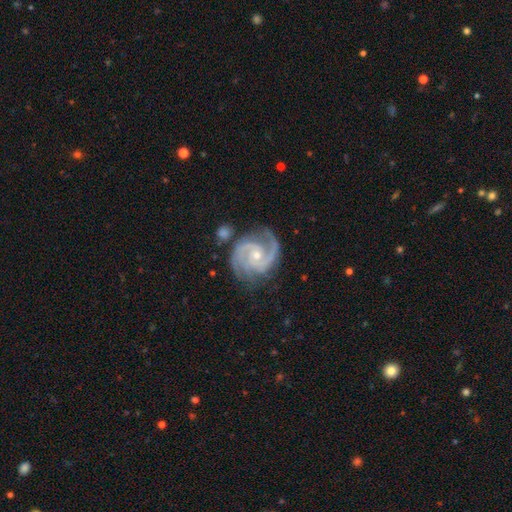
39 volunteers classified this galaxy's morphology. featured or disk 97%, star or artifact 3%, smooth 0%. Down the decision tree: edge-on disk — no (97%); bar — no (68%); spiral arms — yes (100%); spiral arm count — 2 (70%); spiral winding — medium (51%); bulge size — small (62%); merging — none (68%).